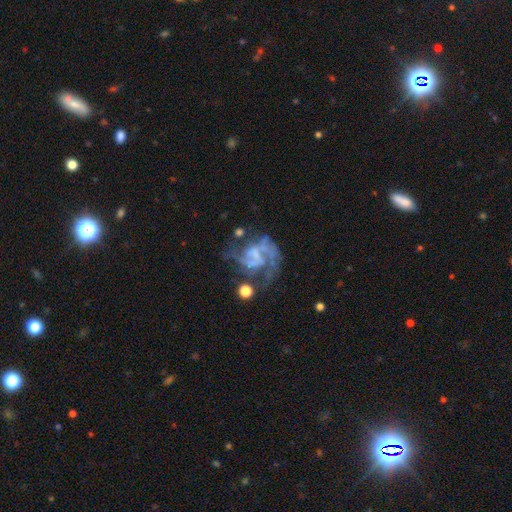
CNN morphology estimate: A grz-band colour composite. It shows a featured or disk galaxy (76%) with no bar (53%), 2 (43%) medium (43%) spiral arms (72%) and no central bulge (57%). Merging: major disturbance (40%).